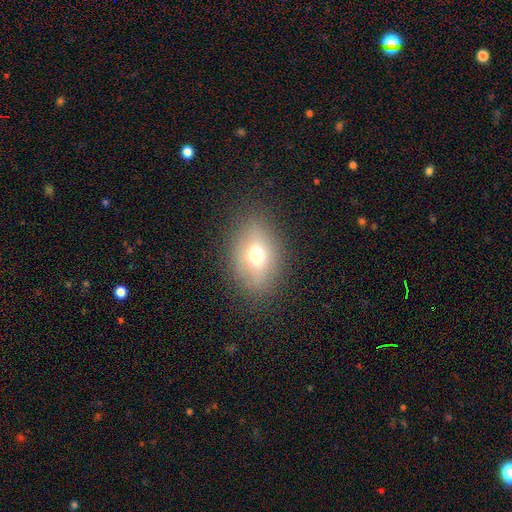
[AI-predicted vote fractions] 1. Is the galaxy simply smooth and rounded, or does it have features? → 63% smooth, 22% featured or disk, 15% star or artifact.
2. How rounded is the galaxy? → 72% in between, 26% round, 2% cigar-shaped.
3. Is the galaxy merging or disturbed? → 82% none, 12% minor disturbance, 5% major disturbance, 1% merger.